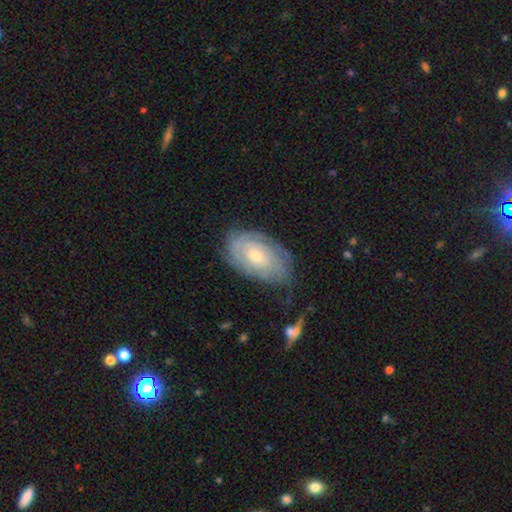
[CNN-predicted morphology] A featured or disk galaxy (74%) with no bar (71%), tight (77%) spiral arms (90%) and a small central bulge (50%). Merging: none (70%).